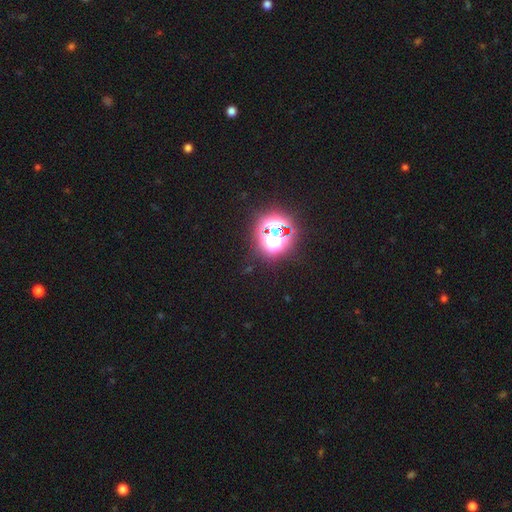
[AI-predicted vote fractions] Morphology: type=star or artifact (82%).